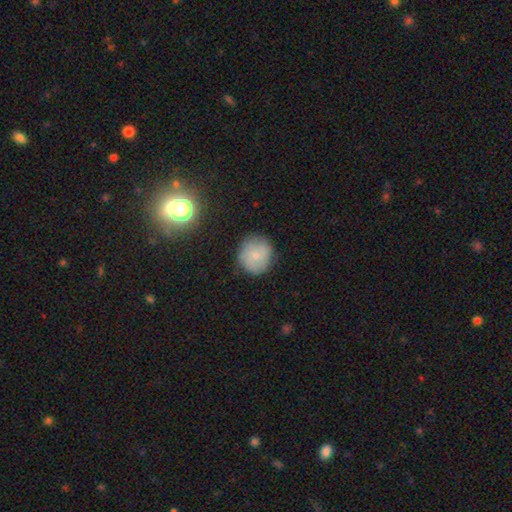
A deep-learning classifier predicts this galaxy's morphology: smooth-or-featured: smooth: 67% | featured or disk: 23% | star or artifact: 9%
  how-rounded: round: 90% | in between: 9% | cigar-shaped: 1%
  merging: none: 82% | minor disturbance: 13% | major disturbance: 3% | merger: 2%